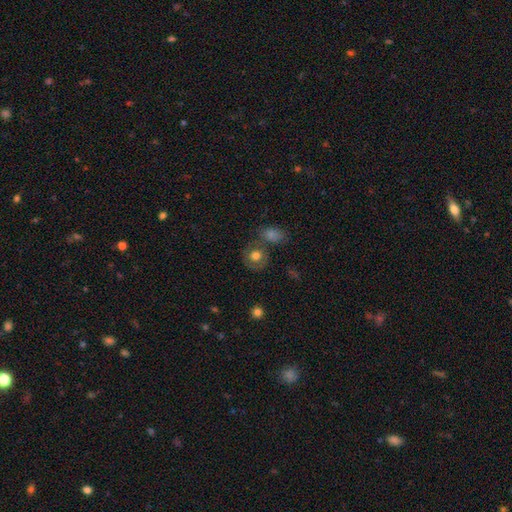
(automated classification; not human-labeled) A smooth galaxy with no disk features (68%) that is round (80%).

Vote fractions:
- Smooth or featured? smooth: 68% / featured or disk: 23% / star or artifact: 9%
- How rounded? round: 80% / in between: 19% / cigar-shaped: 1%
- Merging? none: 61% / merger: 19% / minor disturbance: 13% / major disturbance: 7%